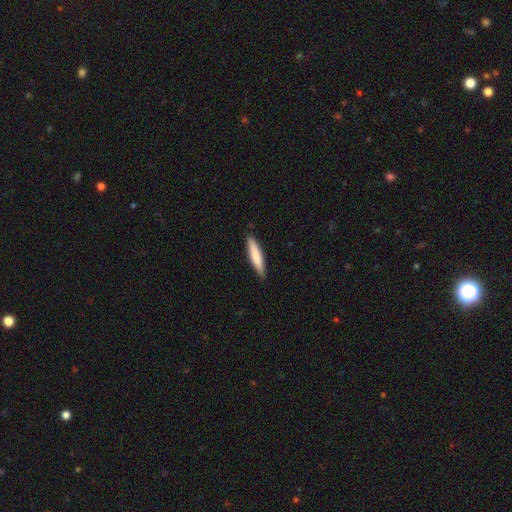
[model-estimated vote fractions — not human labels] smooth-or-featured: smooth: 80% | featured or disk: 15% | star or artifact: 5%
  how-rounded: cigar-shaped: 84% | in between: 15% | round: 1%
  merging: none: 85% | minor disturbance: 12% | major disturbance: 2% | merger: 1%